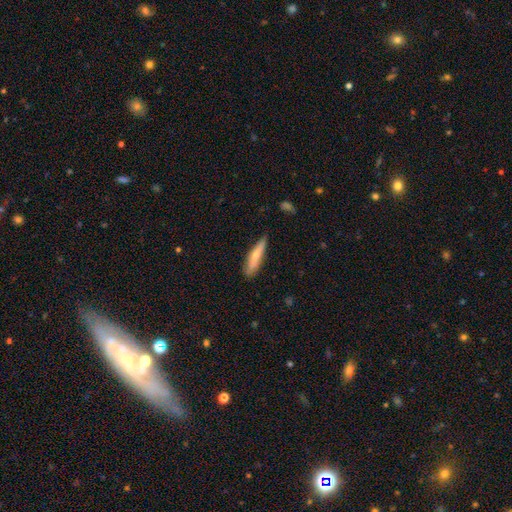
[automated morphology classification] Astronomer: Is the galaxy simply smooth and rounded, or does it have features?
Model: smooth — 63%.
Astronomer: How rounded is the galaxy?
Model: cigar-shaped — 81%.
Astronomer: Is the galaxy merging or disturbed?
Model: none — 76%.